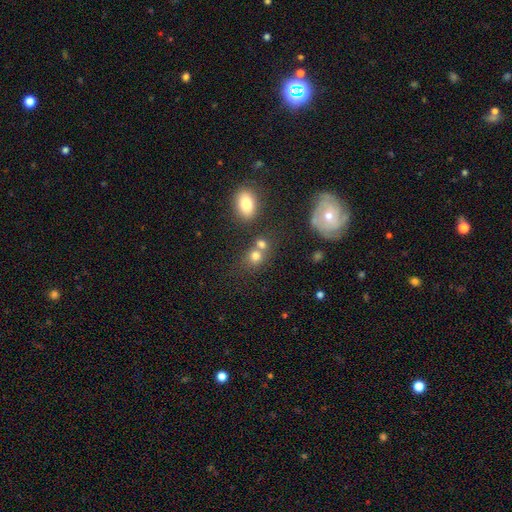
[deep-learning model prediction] Smooth or featured? Predicted: smooth (p=0.74). How rounded? Predicted: round (p=0.72). Merging? Predicted: none (p=0.49).